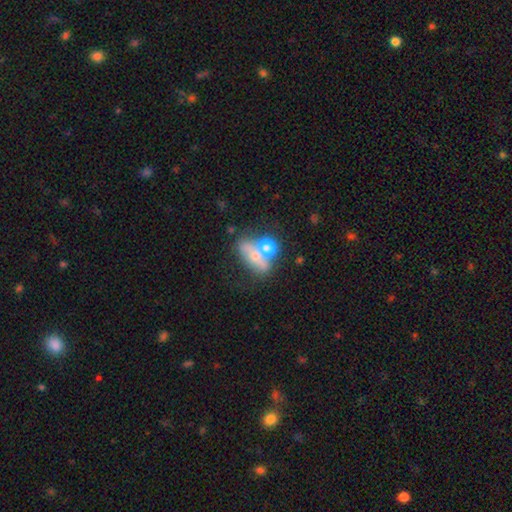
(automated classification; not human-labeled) Morphology: type=smooth (51%); roundness=in between (59%); merging=merger (52%).